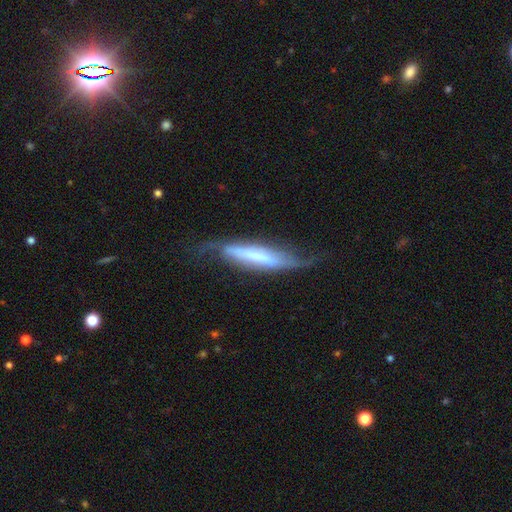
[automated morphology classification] Smooth or featured? Predicted: featured or disk (p=0.59). Edge-on disk? Predicted: yes (p=0.62). Merging? Predicted: none (p=0.52).